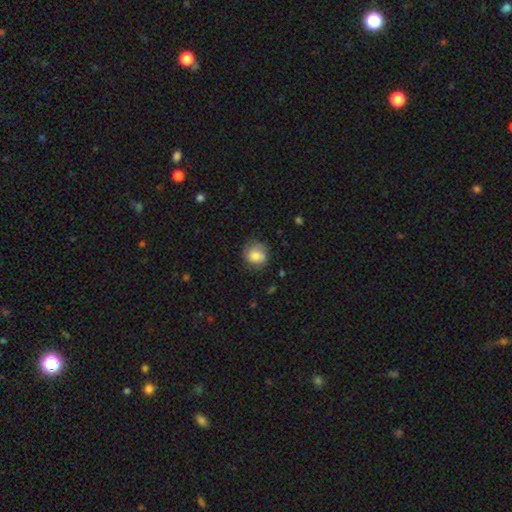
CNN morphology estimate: Smooth or featured?
  - smooth: 78% *
  - featured or disk: 14%
  - star or artifact: 8%
How rounded?
  - round: 79% *
  - in between: 20%
  - cigar-shaped: 1%
Merging?
  - none: 70% *
  - minor disturbance: 22%
  - major disturbance: 7%
  - merger: 1%